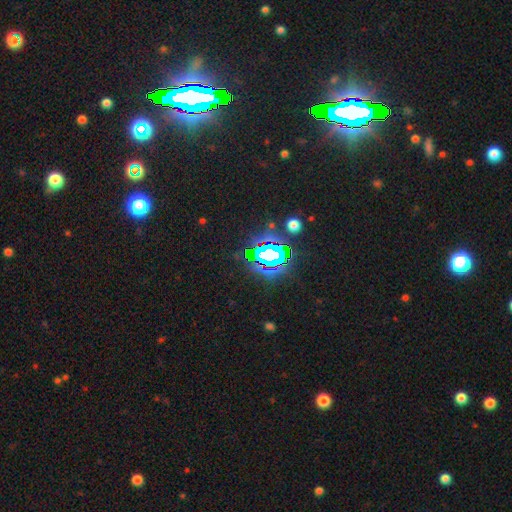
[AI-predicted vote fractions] Smooth or featured? star or artifact (83%)